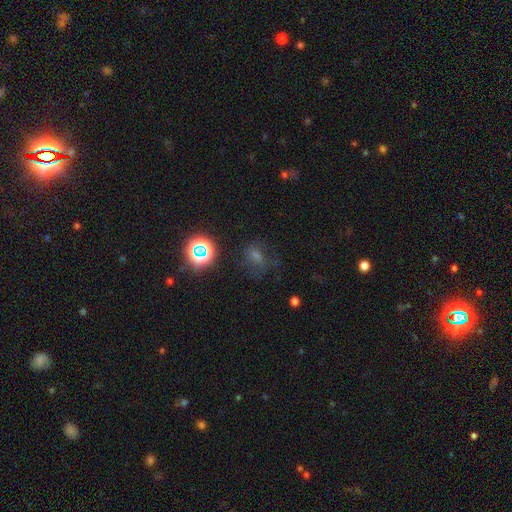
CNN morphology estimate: This appears to be a smooth galaxy with no disk features (48%). Merging: none (51%).